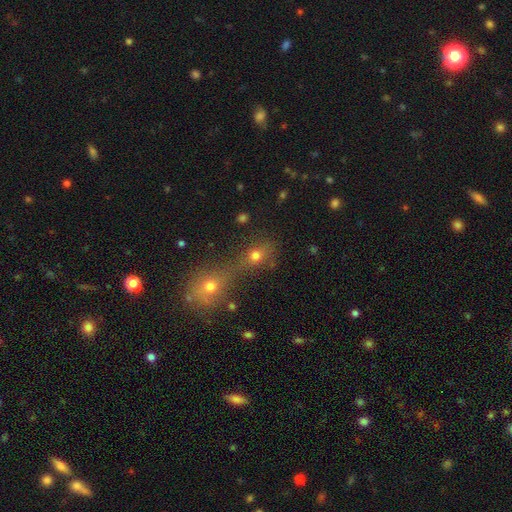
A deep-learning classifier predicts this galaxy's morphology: Smooth or featured? Predicted: smooth (p=0.69). How rounded? Predicted: round (p=0.60). Merging? Predicted: merger (p=0.56).